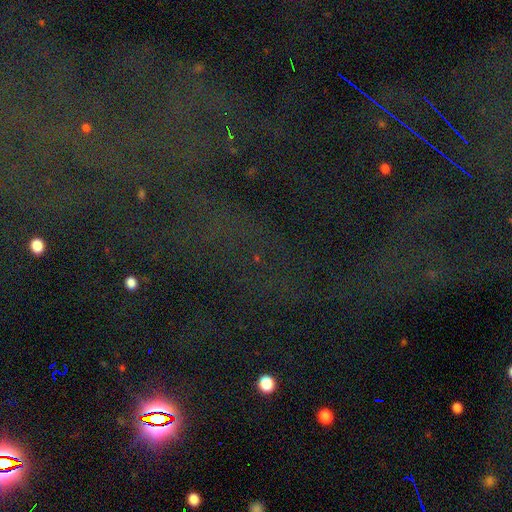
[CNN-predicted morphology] This appears to be a star or artifact, not a galaxy (78%).